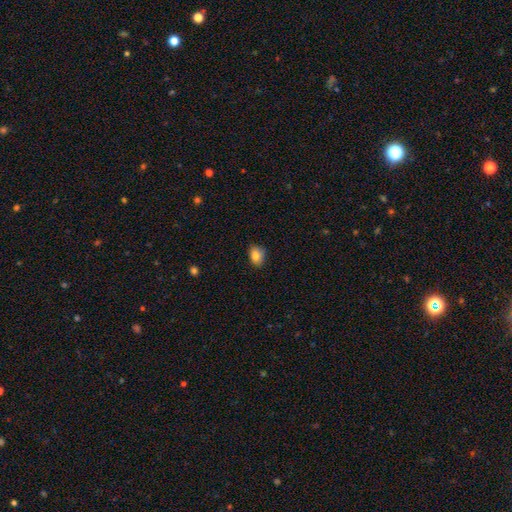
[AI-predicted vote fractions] Morphology: type=smooth (83%); roundness=in between (63%); merging=none (77%).